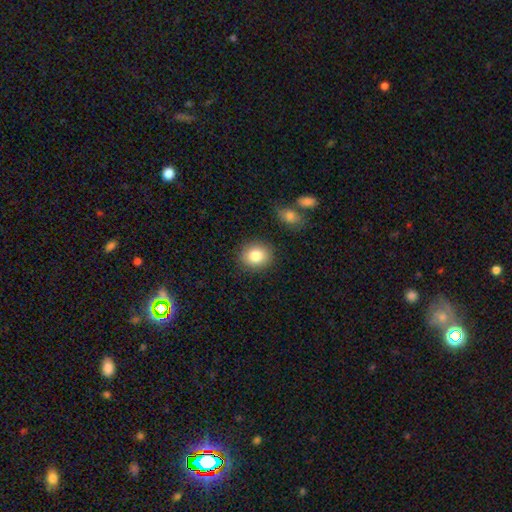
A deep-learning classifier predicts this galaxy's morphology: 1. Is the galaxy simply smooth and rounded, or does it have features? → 83% smooth, 9% star or artifact, 8% featured or disk.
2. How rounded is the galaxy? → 72% round, 27% in between, 1% cigar-shaped.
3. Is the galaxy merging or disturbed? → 87% none, 8% minor disturbance, 2% major disturbance, 2% merger.